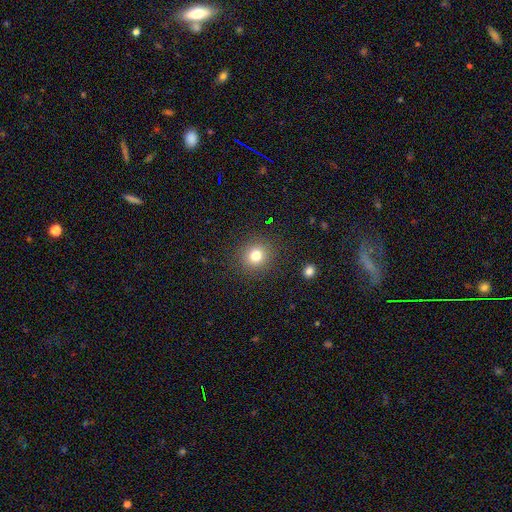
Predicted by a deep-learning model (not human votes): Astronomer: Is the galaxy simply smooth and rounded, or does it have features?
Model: smooth — 79%.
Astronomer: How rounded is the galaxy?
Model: round — 88%.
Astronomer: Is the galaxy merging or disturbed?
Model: none — 89%.